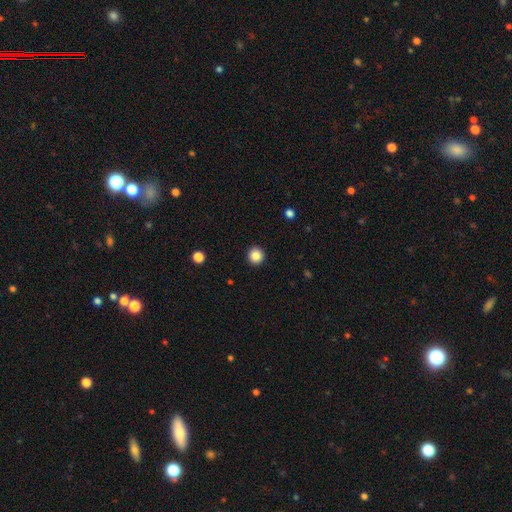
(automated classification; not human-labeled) This appears to be a smooth galaxy with no disk features (86%) that is round (95%). Merging: none (93%).